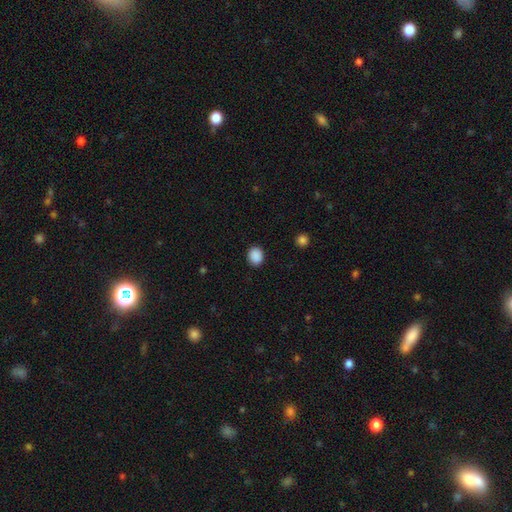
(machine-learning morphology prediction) Smooth or featured?
  - smooth: 89% *
  - star or artifact: 9%
  - featured or disk: 2%
How rounded?
  - round: 63% *
  - in between: 36%
  - cigar-shaped: 1%
Merging?
  - none: 90% *
  - minor disturbance: 7%
  - major disturbance: 2%
  - merger: 1%